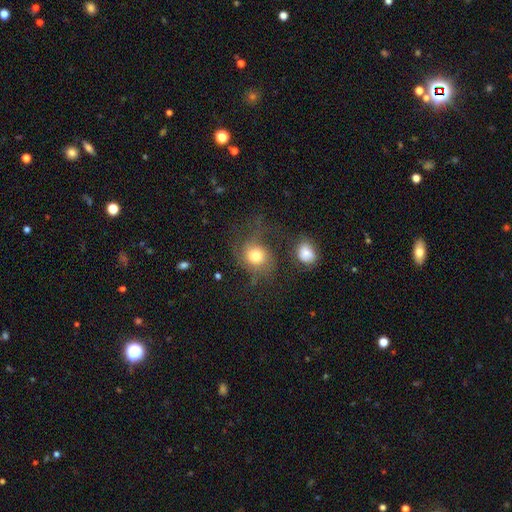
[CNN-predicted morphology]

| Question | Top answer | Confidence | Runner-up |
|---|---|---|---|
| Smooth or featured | smooth | 64% | featured or disk (24%) |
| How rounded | round | 75% | in between (24%) |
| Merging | none | 47% | major disturbance (26%) |